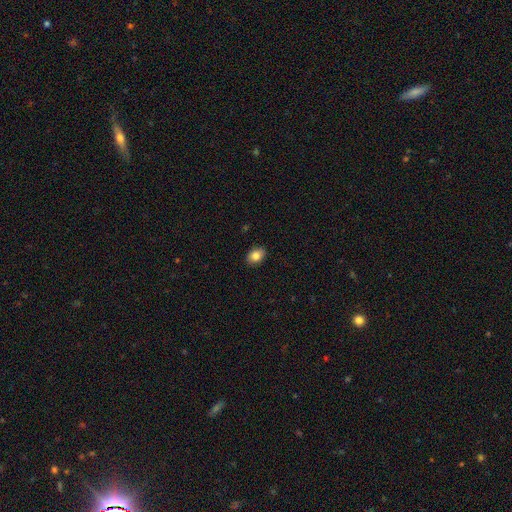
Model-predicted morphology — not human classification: smooth_or_featured: smooth (p=0.83) [alt: featured or disk p=0.09]
how_rounded: in between (p=0.78) [alt: round p=0.21]
merging: none (p=0.89) [alt: minor disturbance p=0.08]